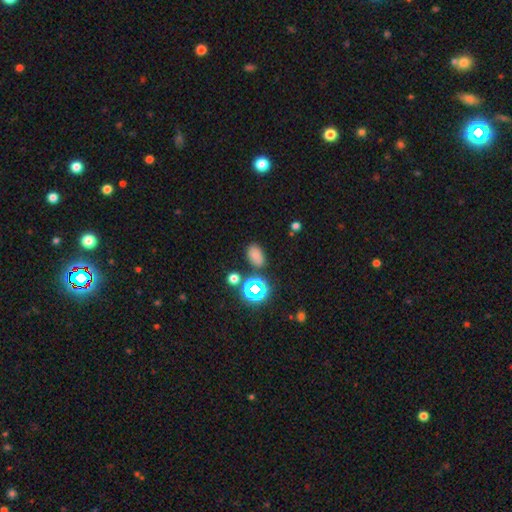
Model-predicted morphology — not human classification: smooth-or-featured: smooth: 72% | star or artifact: 21% | featured or disk: 7%
  how-rounded: in between: 83% | round: 15% | cigar-shaped: 1%
  merging: none: 76% | minor disturbance: 14% | merger: 5% | major disturbance: 4%